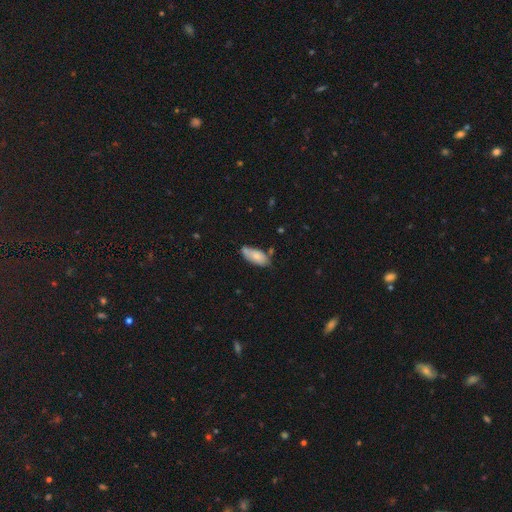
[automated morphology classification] smooth-or-featured: smooth: 75% | featured or disk: 18% | star or artifact: 7%
  how-rounded: in between: 87% | cigar-shaped: 12% | round: 2%
  merging: none: 60% | minor disturbance: 27% | merger: 8% | major disturbance: 5%